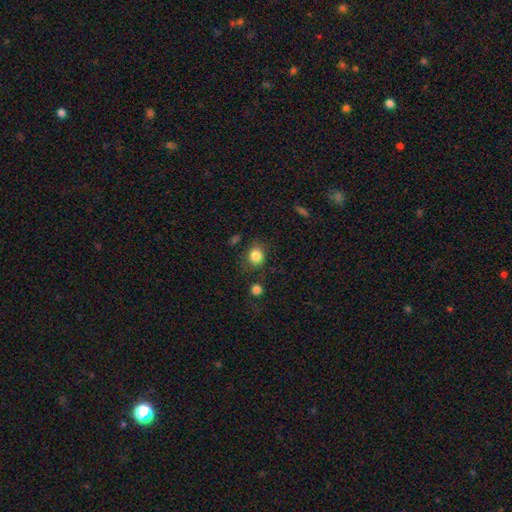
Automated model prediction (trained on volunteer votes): A smooth galaxy with no disk features (84%) that is round (68%). Merging: none (74%).